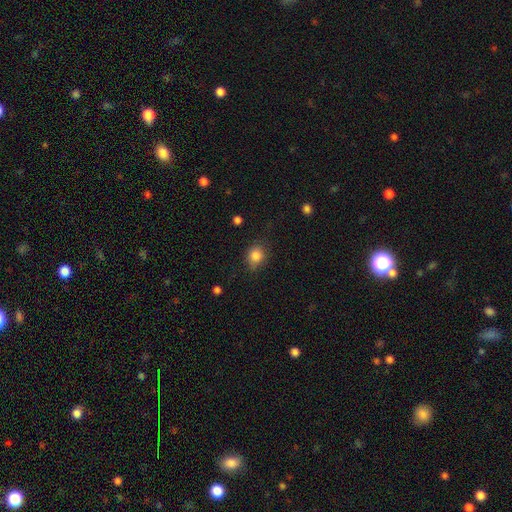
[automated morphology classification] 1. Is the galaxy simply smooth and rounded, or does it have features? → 85% smooth, 10% star or artifact, 5% featured or disk.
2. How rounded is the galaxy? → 66% round, 33% in between, 1% cigar-shaped.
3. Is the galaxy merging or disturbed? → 71% none, 21% minor disturbance, 5% major disturbance, 2% merger.